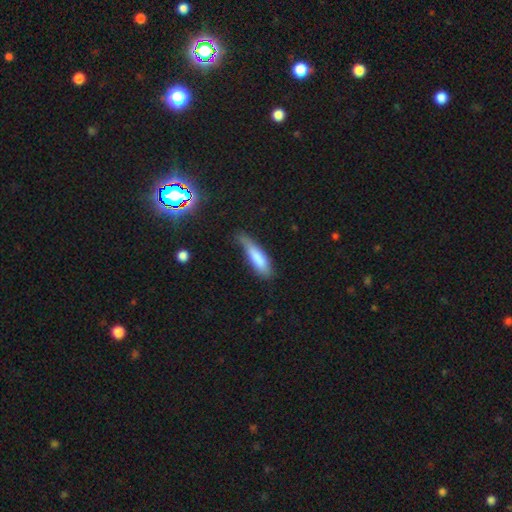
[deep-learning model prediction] smooth_or_featured: smooth (p=0.75) [alt: featured or disk p=0.16]
how_rounded: cigar-shaped (p=0.66) [alt: in between p=0.32]
merging: none (p=0.41) [alt: minor disturbance p=0.40]